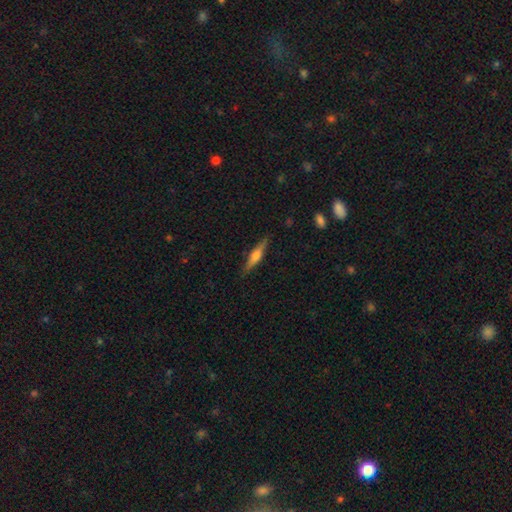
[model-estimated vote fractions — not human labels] Morphology: type=featured or disk (59%); edge-on=yes (97%); edge-on bulge=rounded (82%); merging=none (88%).